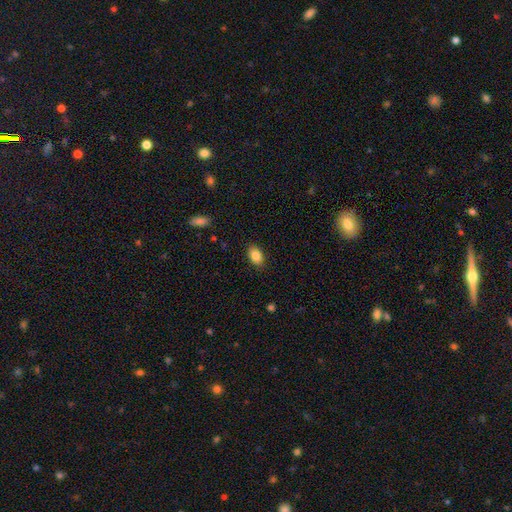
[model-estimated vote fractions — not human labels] Smooth or featured? smooth (87%)
How rounded? in between (88%)
Merging? none (86%)